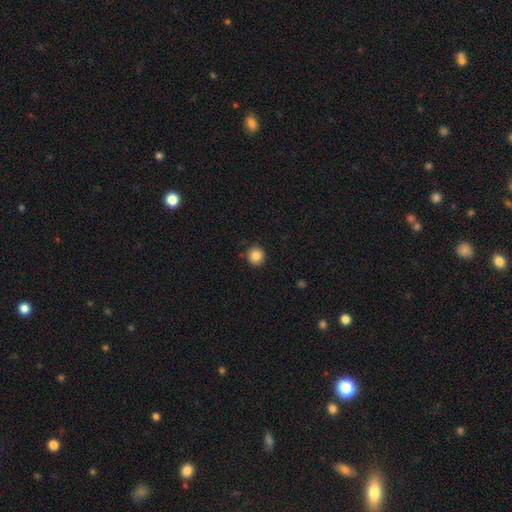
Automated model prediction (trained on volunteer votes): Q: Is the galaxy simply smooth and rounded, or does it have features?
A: smooth — 85%.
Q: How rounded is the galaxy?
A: round — 93%.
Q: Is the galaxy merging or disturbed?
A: none — 89%.